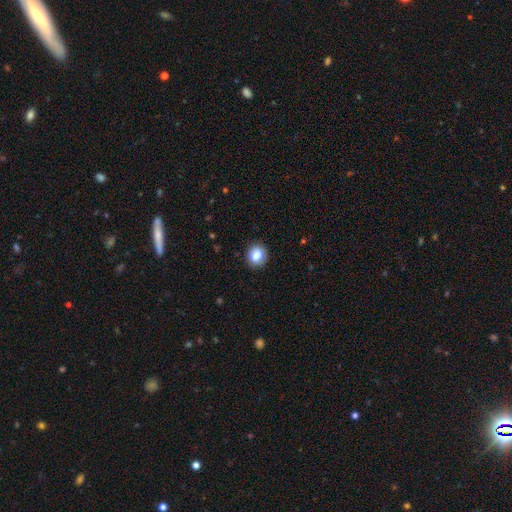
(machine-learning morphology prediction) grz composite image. It shows a smooth galaxy with no disk features (83%) that is round (83%). Merging: none (90%).